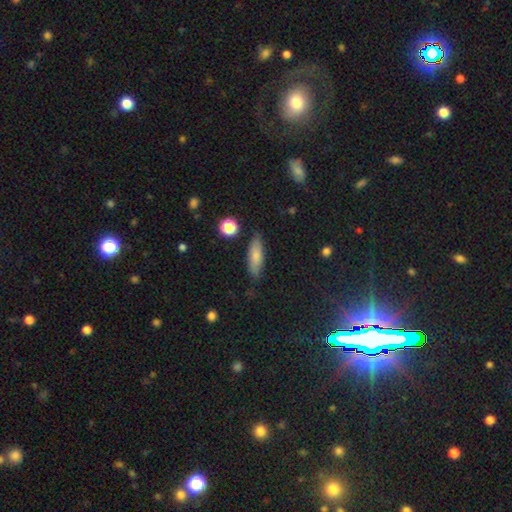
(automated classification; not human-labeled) A smooth galaxy with no disk features (78%) that is in between round and cigar-shaped (58%).

Vote fractions:
- Smooth or featured? smooth: 78% / featured or disk: 14% / star or artifact: 8%
- How rounded? in between: 58% / cigar-shaped: 39% / round: 3%
- Merging? none: 81% / minor disturbance: 14% / major disturbance: 3% / merger: 2%